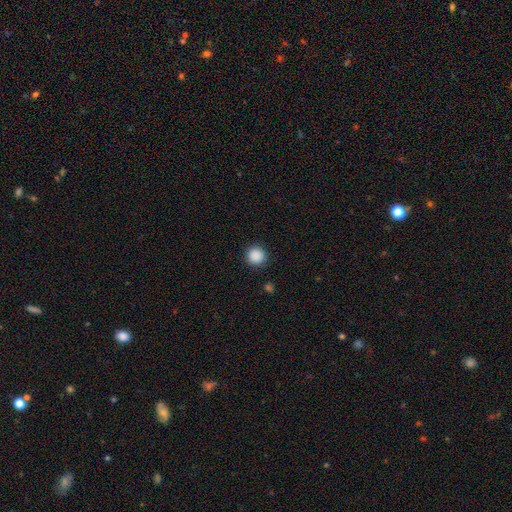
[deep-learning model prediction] A smooth galaxy with no disk features (88%) that is round (94%).

Vote fractions:
- Smooth or featured? smooth: 88% / star or artifact: 9% / featured or disk: 2%
- How rounded? round: 94% / in between: 5% / cigar-shaped: 1%
- Merging? none: 91% / minor disturbance: 5% / major disturbance: 2% / merger: 1%